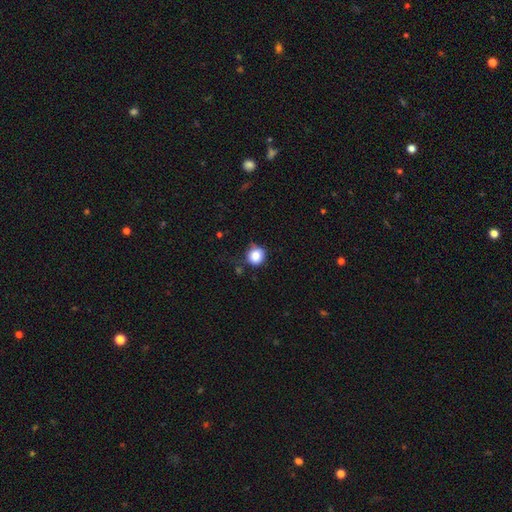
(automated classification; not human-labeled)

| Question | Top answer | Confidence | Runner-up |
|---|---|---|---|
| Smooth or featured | smooth | 85% | star or artifact (10%) |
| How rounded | round | 90% | in between (9%) |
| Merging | none | 70% | minor disturbance (22%) |